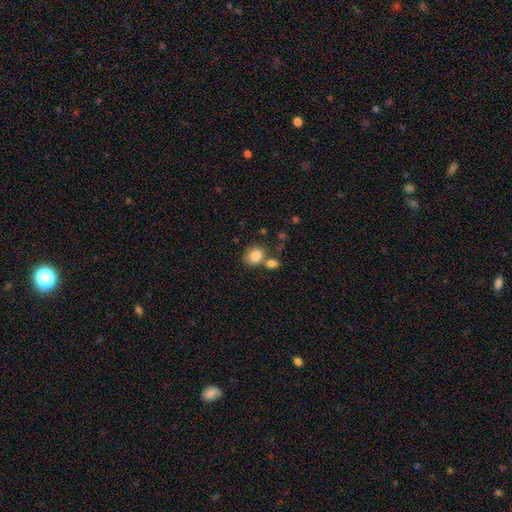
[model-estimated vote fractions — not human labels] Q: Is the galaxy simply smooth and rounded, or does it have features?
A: smooth — 84%.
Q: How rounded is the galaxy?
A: in between — 55%.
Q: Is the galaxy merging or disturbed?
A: none — 51%.